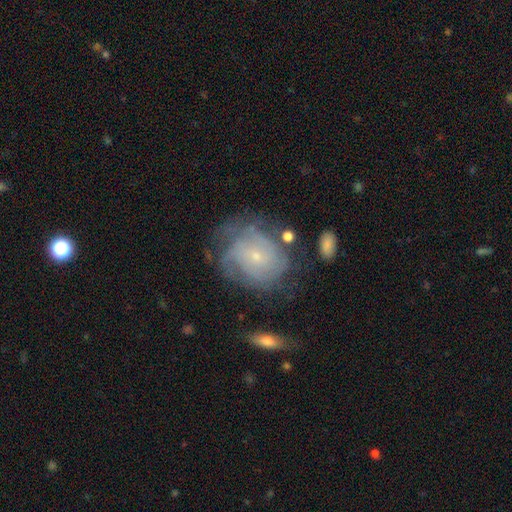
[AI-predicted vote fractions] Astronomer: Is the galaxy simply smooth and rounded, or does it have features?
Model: featured or disk — 72%.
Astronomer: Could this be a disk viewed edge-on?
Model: no — 97%.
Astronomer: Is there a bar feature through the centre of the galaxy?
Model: no — 74%.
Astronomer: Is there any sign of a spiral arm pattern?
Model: yes — 88%.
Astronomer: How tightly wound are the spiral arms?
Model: tight — 62%.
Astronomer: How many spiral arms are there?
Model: can't tell — 48%.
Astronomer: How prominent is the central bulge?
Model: small — 82%.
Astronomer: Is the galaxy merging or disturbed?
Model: none — 61%.